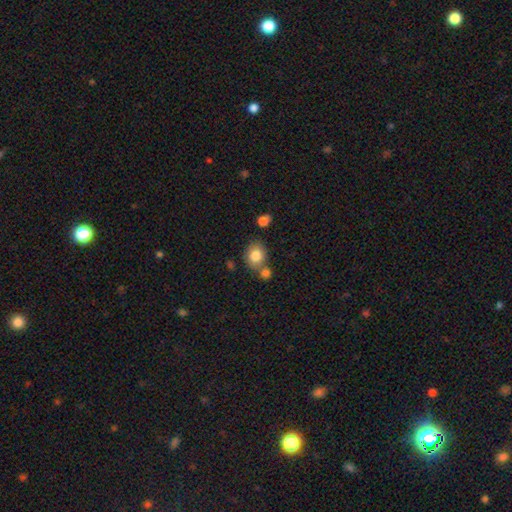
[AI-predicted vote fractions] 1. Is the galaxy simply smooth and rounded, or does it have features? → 82% smooth, 10% featured or disk, 9% star or artifact.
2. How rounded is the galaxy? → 57% round, 42% in between, 1% cigar-shaped.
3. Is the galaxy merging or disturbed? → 60% none, 22% merger, 14% minor disturbance, 4% major disturbance.